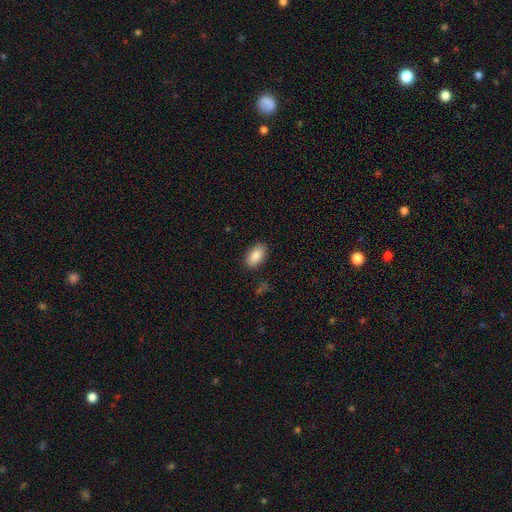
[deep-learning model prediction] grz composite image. It shows a smooth galaxy with no disk features (88%) that is in between round and cigar-shaped (93%). Merging: none (87%).